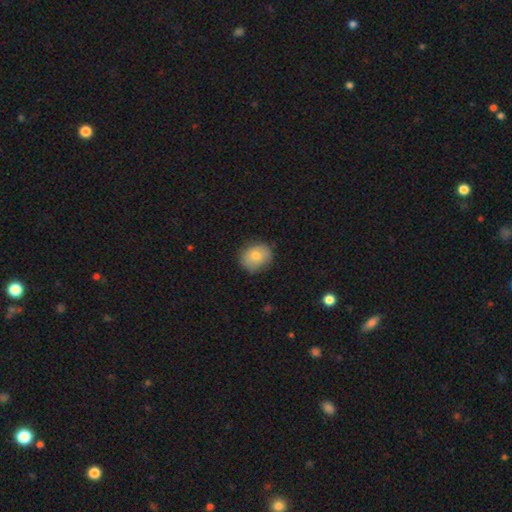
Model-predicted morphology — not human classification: smooth-or-featured: smooth: 76% | featured or disk: 17% | star or artifact: 8%
  how-rounded: round: 68% | in between: 31% | cigar-shaped: 1%
  merging: none: 77% | minor disturbance: 19% | major disturbance: 4% | merger: 1%